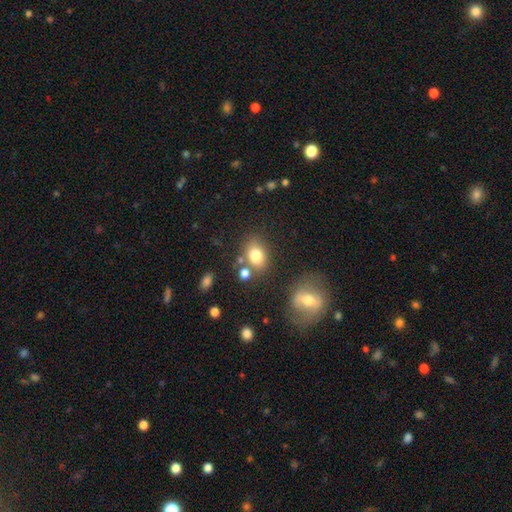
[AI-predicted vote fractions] Smooth or featured? smooth (79%)
How rounded? in between (67%)
Merging? none (67%)